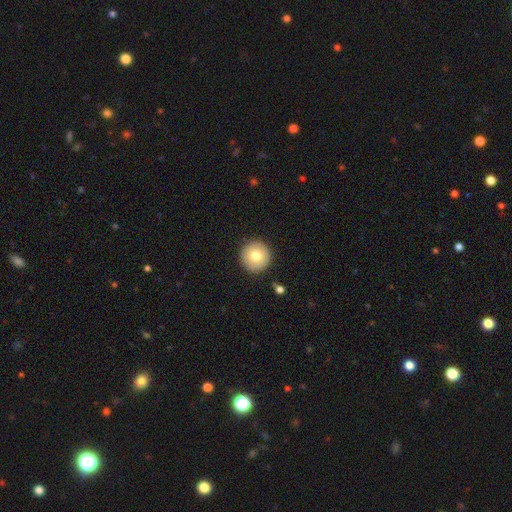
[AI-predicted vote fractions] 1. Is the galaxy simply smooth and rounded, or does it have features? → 77% smooth, 15% featured or disk, 9% star or artifact.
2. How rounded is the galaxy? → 96% round, 3% in between, 1% cigar-shaped.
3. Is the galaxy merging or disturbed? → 92% none, 5% minor disturbance, 2% major disturbance, 1% merger.